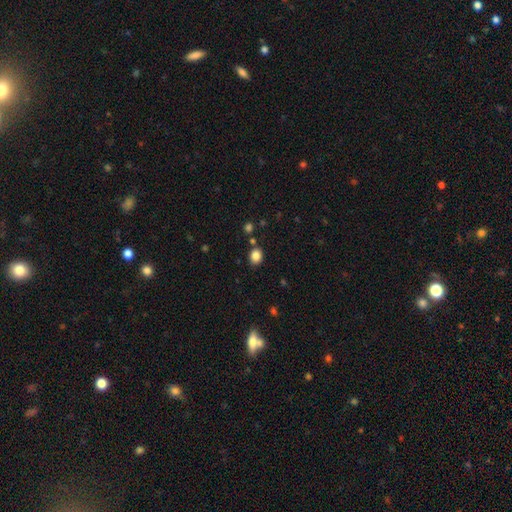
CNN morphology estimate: A smooth galaxy with no disk features (84%) that is round (57%).

Vote fractions:
- Smooth or featured? smooth: 84% / star or artifact: 11% / featured or disk: 5%
- How rounded? round: 57% / in between: 42% / cigar-shaped: 1%
- Merging? none: 82% / minor disturbance: 10% / merger: 5% / major disturbance: 3%